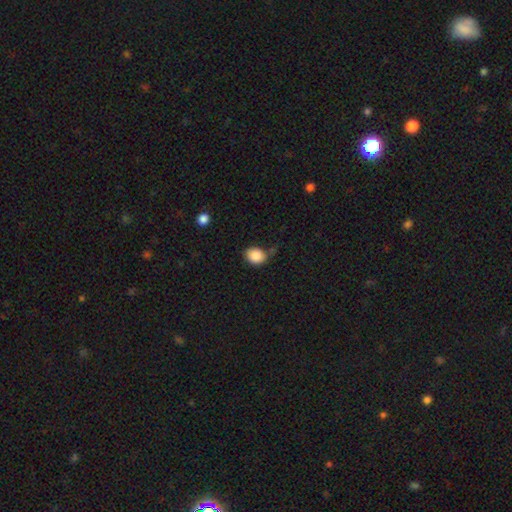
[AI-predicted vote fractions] A smooth galaxy with no disk features (87%) that is round (52%).

Vote fractions:
- Smooth or featured? smooth: 87% / star or artifact: 8% / featured or disk: 5%
- How rounded? round: 52% / in between: 48% / cigar-shaped: 1%
- Merging? none: 61% / minor disturbance: 26% / major disturbance: 7% / merger: 6%